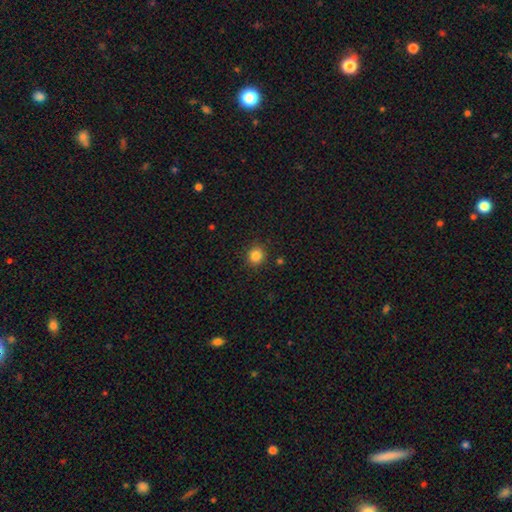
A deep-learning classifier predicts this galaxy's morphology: Smooth or featured? Predicted: smooth (p=0.84). How rounded? Predicted: round (p=0.88). Merging? Predicted: none (p=0.89).